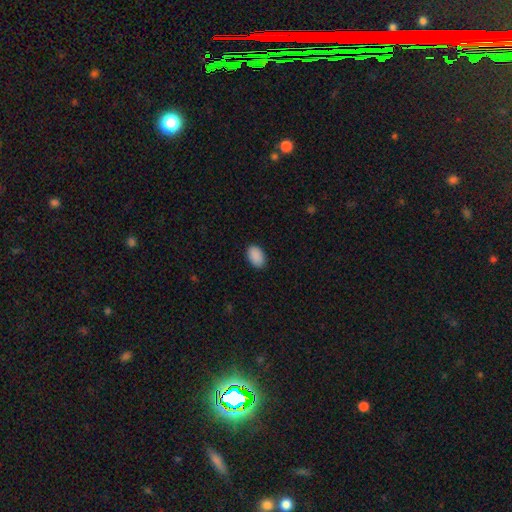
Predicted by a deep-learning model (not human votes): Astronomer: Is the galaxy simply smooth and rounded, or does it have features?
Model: smooth — 90%.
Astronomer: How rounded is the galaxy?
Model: in between — 89%.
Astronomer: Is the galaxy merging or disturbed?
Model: none — 87%.